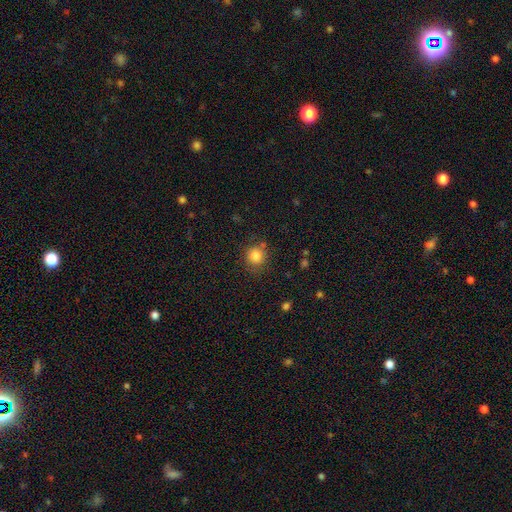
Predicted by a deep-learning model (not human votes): smooth_or_featured: smooth (p=0.82) [alt: star or artifact p=0.12]
how_rounded: round (p=0.90) [alt: in between p=0.10]
merging: none (p=0.81) [alt: minor disturbance p=0.12]